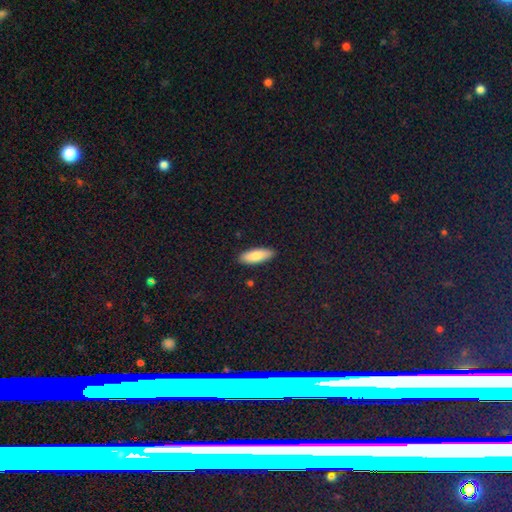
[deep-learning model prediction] This is clearly a smooth galaxy (83%). How rounded: likely in between (66%). Merging: clearly none (90%).